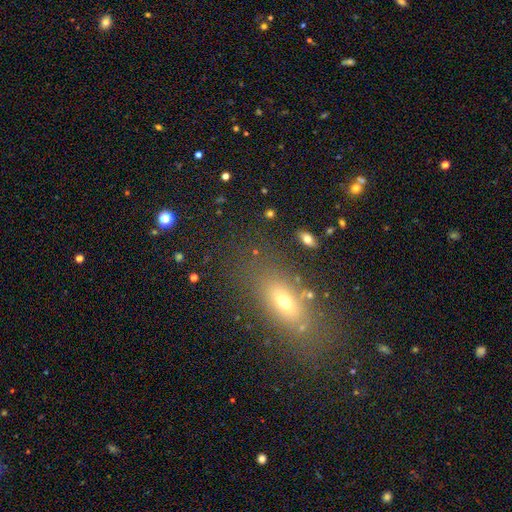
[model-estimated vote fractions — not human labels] A smooth galaxy with no disk features (58%) that is in between round and cigar-shaped (69%). Merging: none (78%).